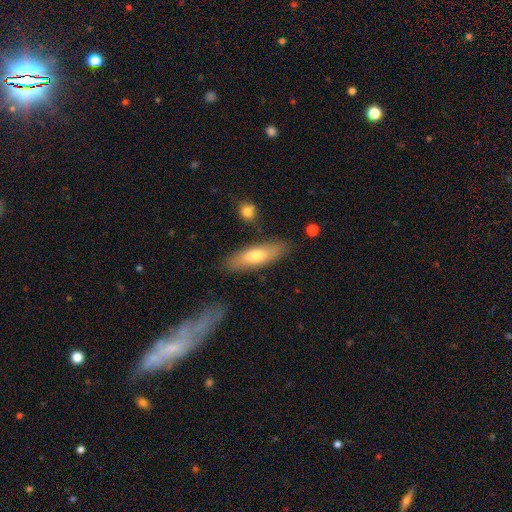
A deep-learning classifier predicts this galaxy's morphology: smooth_or_featured: smooth (p=0.68) [alt: featured or disk p=0.27]
how_rounded: cigar-shaped (p=0.52) [alt: in between p=0.46]
merging: none (p=0.83) [alt: minor disturbance p=0.11]